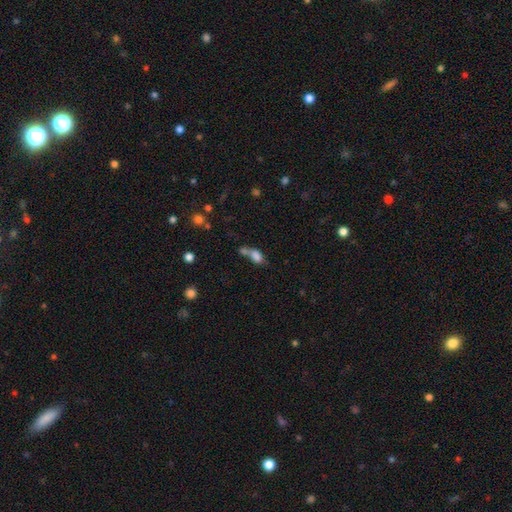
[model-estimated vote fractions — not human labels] The model was most divided on "merging": merger: 57%, none: 22%, minor disturbance: 11%, major disturbance: 10%. More confident: how rounded — in between (79%); smooth or featured — smooth (75%).